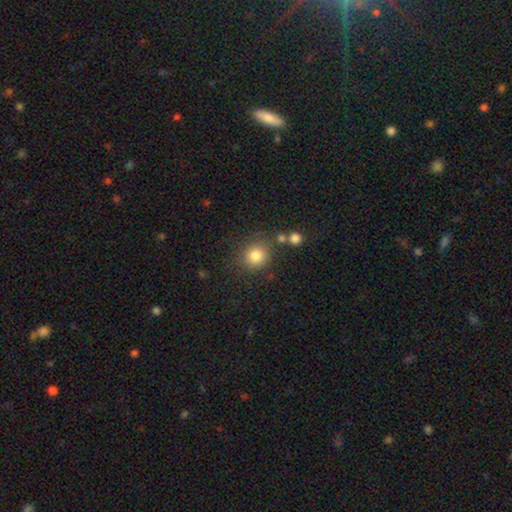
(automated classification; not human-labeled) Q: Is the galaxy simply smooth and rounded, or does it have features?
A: smooth — 82%.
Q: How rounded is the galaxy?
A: round — 85%.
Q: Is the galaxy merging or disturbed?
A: none — 76%.